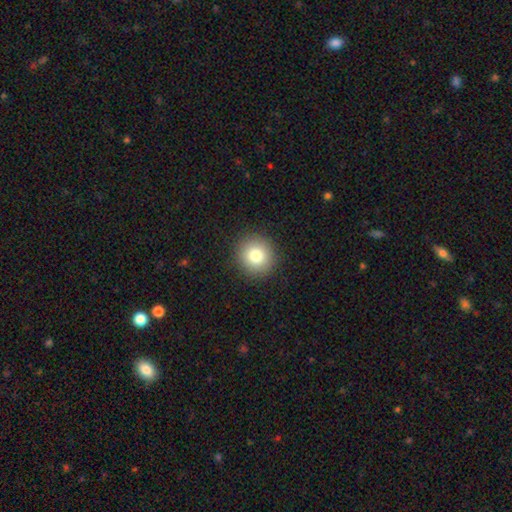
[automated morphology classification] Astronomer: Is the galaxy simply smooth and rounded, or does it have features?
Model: smooth — 81%.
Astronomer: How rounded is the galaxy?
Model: round — 93%.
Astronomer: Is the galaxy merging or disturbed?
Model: none — 92%.